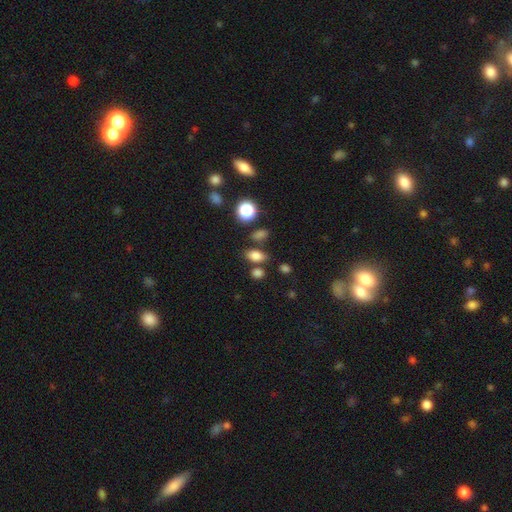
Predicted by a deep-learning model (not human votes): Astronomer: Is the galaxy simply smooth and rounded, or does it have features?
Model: smooth — 79%.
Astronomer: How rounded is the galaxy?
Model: in between — 82%.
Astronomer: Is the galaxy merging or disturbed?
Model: none — 72%.